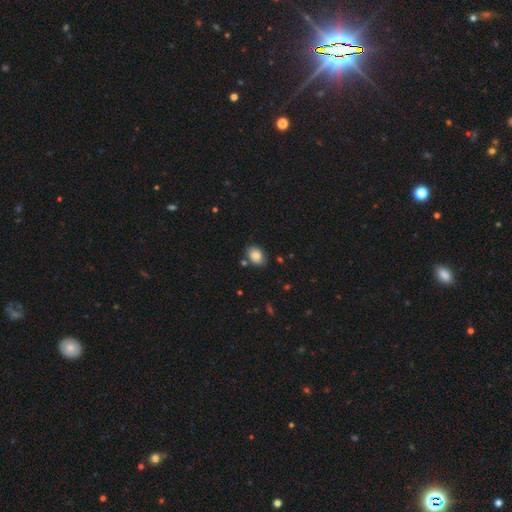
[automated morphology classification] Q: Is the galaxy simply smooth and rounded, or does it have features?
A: smooth — 84%.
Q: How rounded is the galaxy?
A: in between — 74%.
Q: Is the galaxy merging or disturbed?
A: none — 77%.